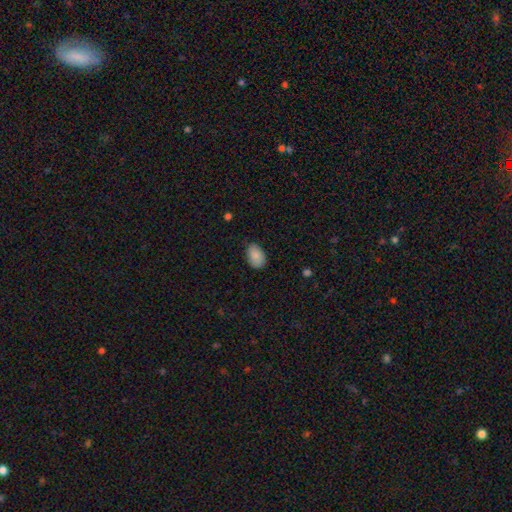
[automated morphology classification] Smooth or featured: smooth — 88% (star or artifact — 7%)
How rounded: in between — 88% (round — 11%)
Merging: none — 75% (minor disturbance — 21%)